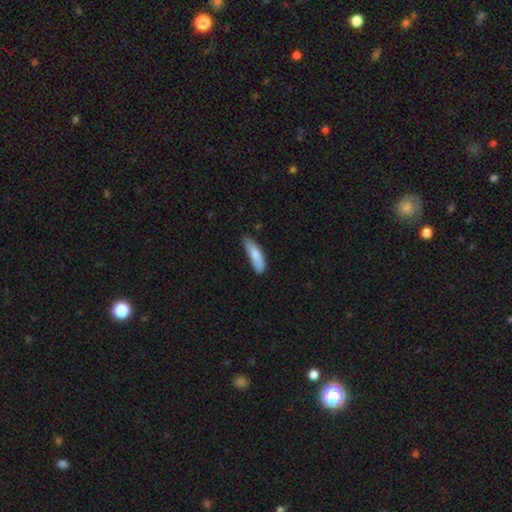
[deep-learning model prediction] Smooth or featured? Predicted: smooth (p=0.83). How rounded? Predicted: cigar-shaped (p=0.61). Merging? Predicted: none (p=0.58).